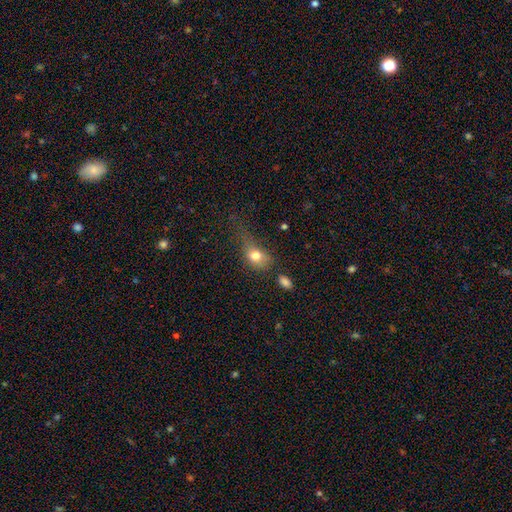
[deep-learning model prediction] Overall: smooth (77%). How rounded: in between (62%; round 35%). Merging: major disturbance (33%; none 31%).